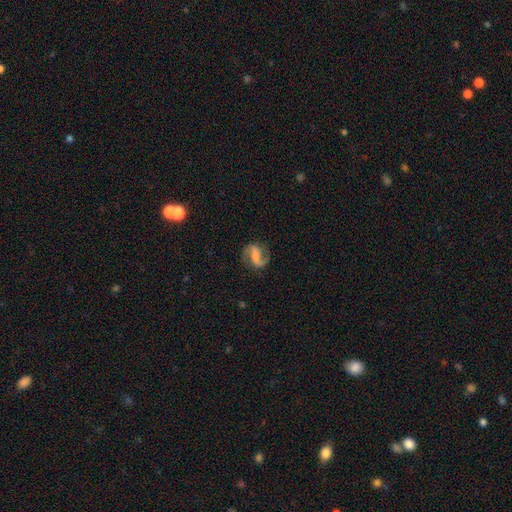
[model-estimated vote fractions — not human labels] The model was most divided on "bar": weak: 40%, strong: 38%, no: 23%. Remaining: edge-on disk — no (98%); spiral arms — yes (96%); spiral arm count — 2 (89%); smooth or featured — featured or disk (83%); merging — none (78%); spiral winding — loose (47%); bulge size — none (38%).